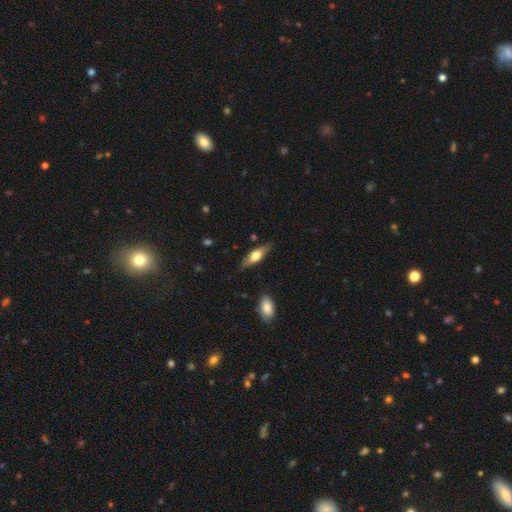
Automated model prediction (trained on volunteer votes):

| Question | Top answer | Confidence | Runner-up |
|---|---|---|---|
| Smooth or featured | smooth | 53% | featured or disk (41%) |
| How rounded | in between | 52% | cigar-shaped (45%) |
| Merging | none | 82% | minor disturbance (13%) |